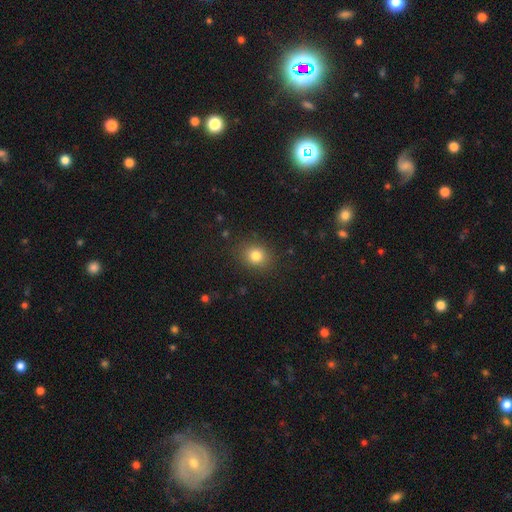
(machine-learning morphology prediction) smooth_or_featured: smooth (p=0.81) [alt: star or artifact p=0.13]
how_rounded: round (p=0.71) [alt: in between p=0.28]
merging: none (p=0.87) [alt: minor disturbance p=0.09]